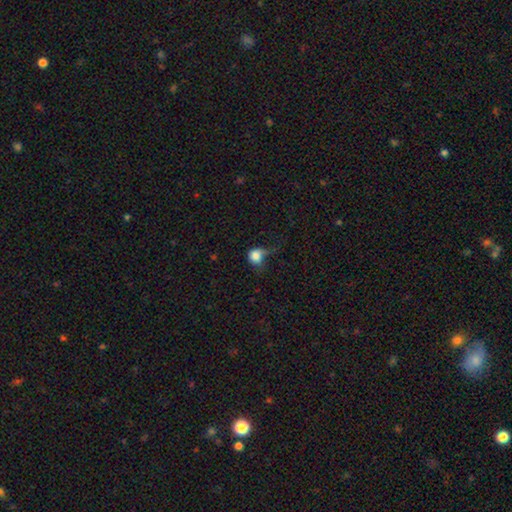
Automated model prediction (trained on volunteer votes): A smooth galaxy with no disk features (81%) that is round (71%).

Vote fractions:
- Smooth or featured? smooth: 81% / star or artifact: 10% / featured or disk: 9%
- How rounded? round: 71% / in between: 28% / cigar-shaped: 1%
- Merging? minor disturbance: 33% / none: 32% / major disturbance: 31% / merger: 5%